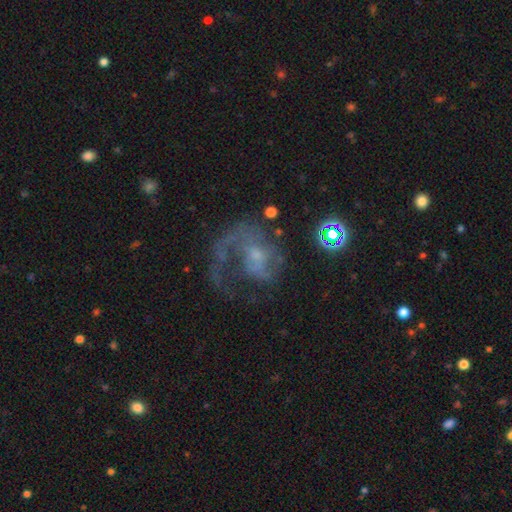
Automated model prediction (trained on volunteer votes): This appears to be a featured or disk galaxy (77%) with no bar (63%), 1 (66%) medium (42%) spiral arms (85%) and a small central bulge (62%). Merging: major disturbance (42%).